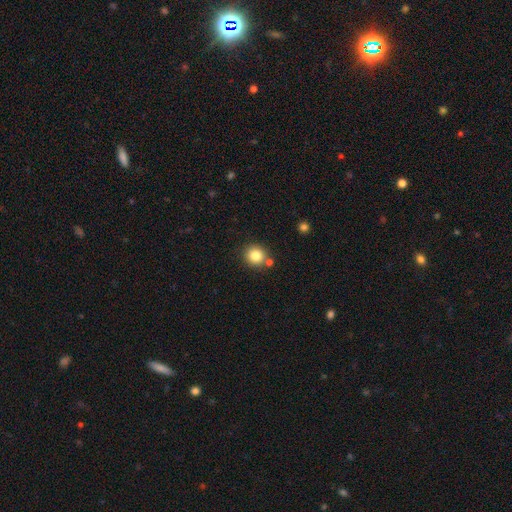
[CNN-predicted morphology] A smooth galaxy with no disk features (83%) that is round (90%).

Vote fractions:
- Smooth or featured? smooth: 83% / star or artifact: 11% / featured or disk: 6%
- How rounded? round: 90% / in between: 9% / cigar-shaped: 1%
- Merging? none: 77% / merger: 11% / minor disturbance: 9% / major disturbance: 2%